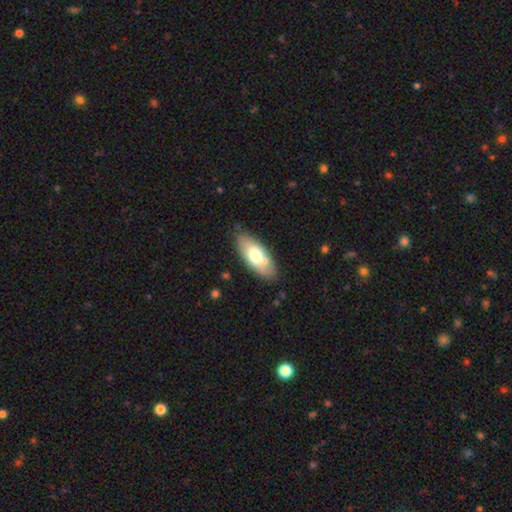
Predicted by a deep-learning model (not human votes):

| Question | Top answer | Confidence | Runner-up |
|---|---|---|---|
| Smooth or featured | smooth | 66% | featured or disk (28%) |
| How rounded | in between | 83% | cigar-shaped (14%) |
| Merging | none | 80% | minor disturbance (13%) |